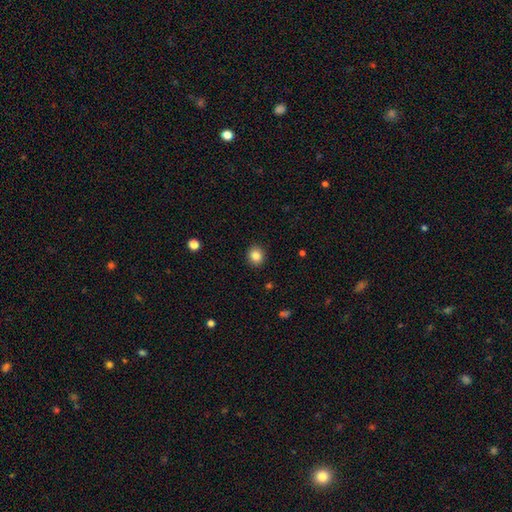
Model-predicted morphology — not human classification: A smooth galaxy with no disk features (84%) that is round (82%).

Vote fractions:
- Smooth or featured? smooth: 84% / star or artifact: 10% / featured or disk: 5%
- How rounded? round: 82% / in between: 17% / cigar-shaped: 1%
- Merging? none: 92% / minor disturbance: 6% / major disturbance: 2% / merger: 1%